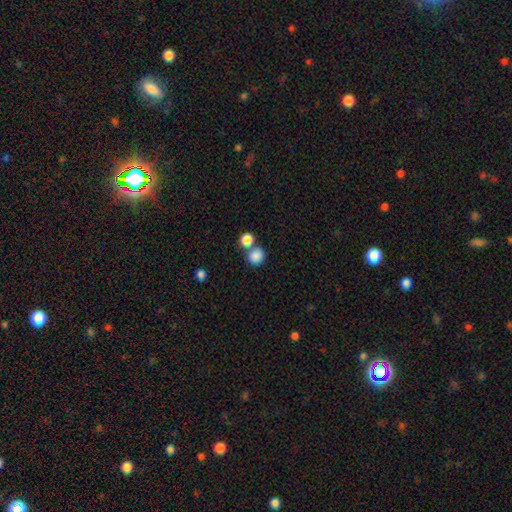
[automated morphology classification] Smooth or featured? smooth (85%)
How rounded? round (86%)
Merging? none (59%)